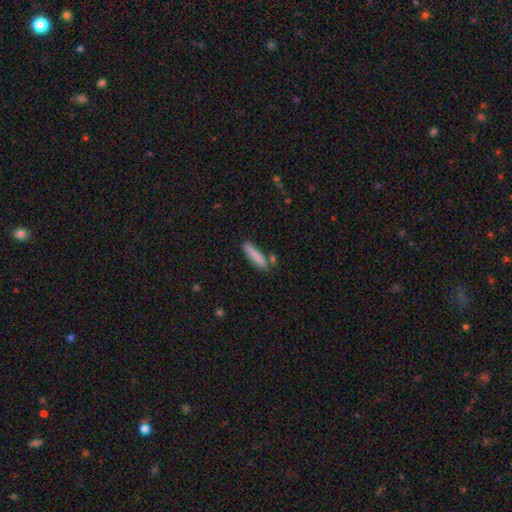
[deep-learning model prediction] Morphology: type=smooth (83%); roundness=cigar-shaped (87%); merging=none (77%).